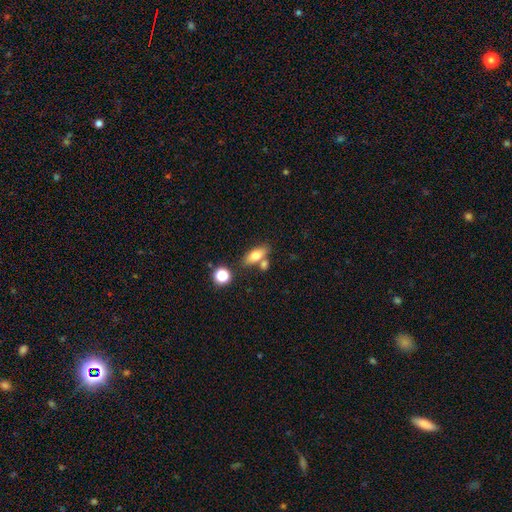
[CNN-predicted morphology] smooth-or-featured: smooth: 72% | featured or disk: 20% | star or artifact: 9%
  how-rounded: in between: 78% | cigar-shaped: 16% | round: 7%
  merging: none: 62% | merger: 22% | minor disturbance: 12% | major disturbance: 4%